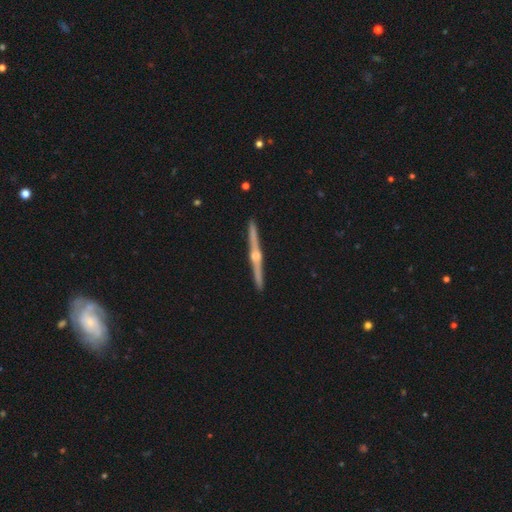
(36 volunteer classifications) A featured or disk galaxy (81%) viewed edge-on (100%) with a rounded central bulge (97%). Merging: none (91%).